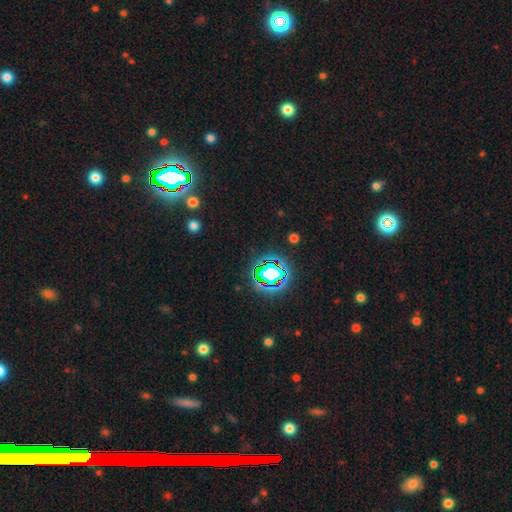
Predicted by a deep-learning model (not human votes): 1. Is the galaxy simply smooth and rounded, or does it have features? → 82% star or artifact, 10% smooth, 8% featured or disk.